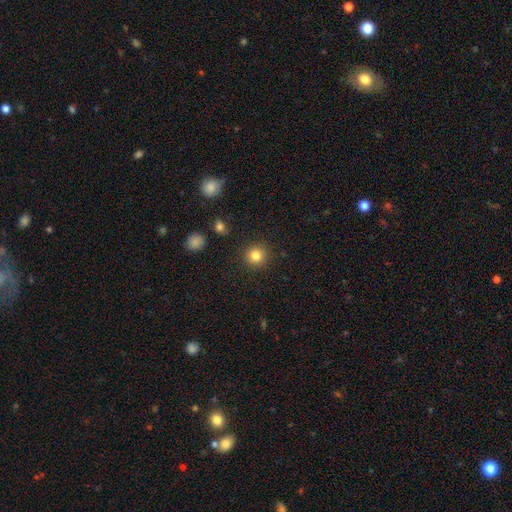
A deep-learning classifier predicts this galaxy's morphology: smooth-or-featured: smooth: 83% | star or artifact: 11% | featured or disk: 6%
  how-rounded: round: 93% | in between: 6% | cigar-shaped: 1%
  merging: none: 91% | minor disturbance: 6% | major disturbance: 2% | merger: 1%